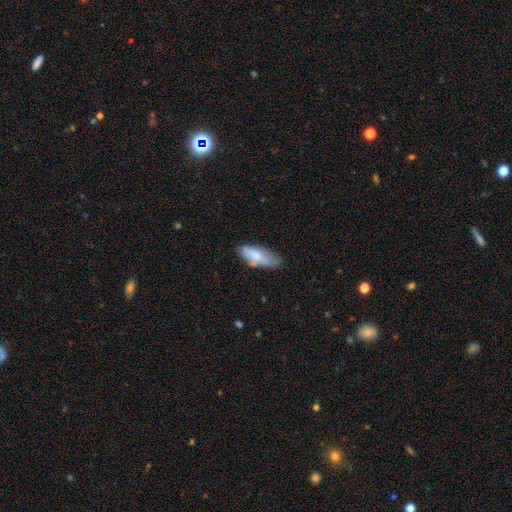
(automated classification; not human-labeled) Smooth or featured? smooth (73%)
How rounded? in between (75%)
Merging? none (53%)